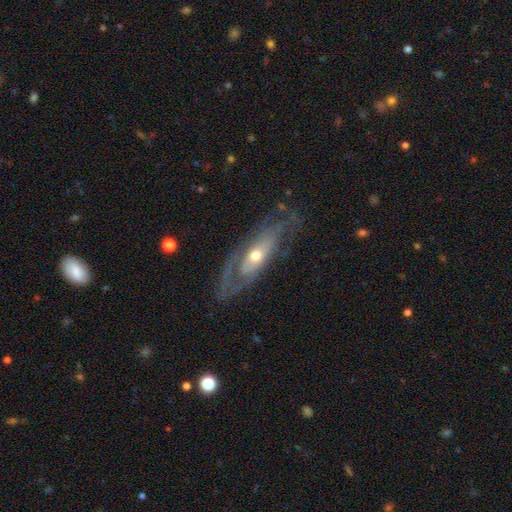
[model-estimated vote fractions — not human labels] Overall: featured or disk (78%). Edge-on disk: no (78%). Bar: no (70%). Spiral arms: yes (70%). Bulge size: moderate (56%; small 38%). Merging: none (70%).